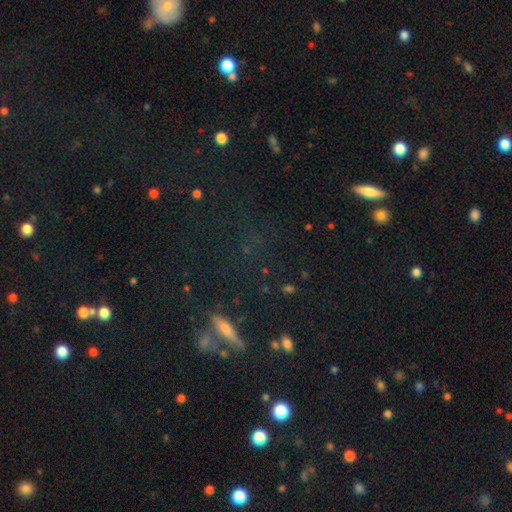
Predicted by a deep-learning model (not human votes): Smooth or featured: star or artifact — 52% (smooth — 28%)